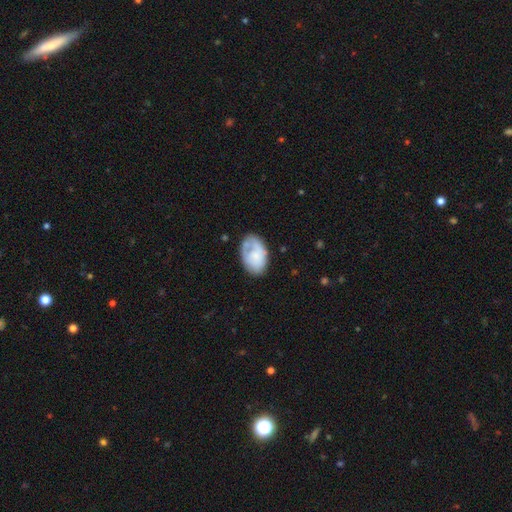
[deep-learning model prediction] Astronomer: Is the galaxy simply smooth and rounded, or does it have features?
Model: smooth — 63%.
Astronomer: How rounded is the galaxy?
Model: in between — 89%.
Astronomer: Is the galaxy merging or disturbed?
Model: none — 59%.